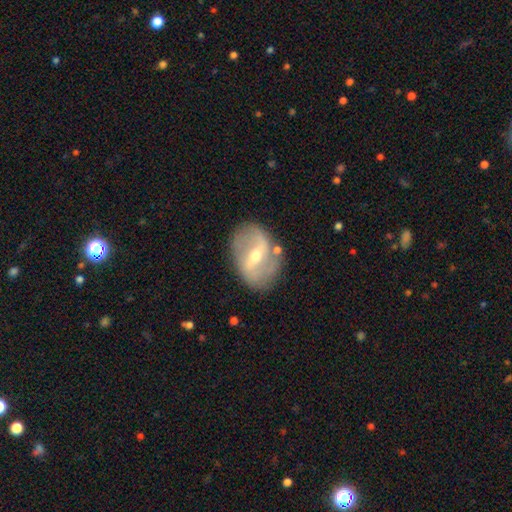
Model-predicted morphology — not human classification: Overall: featured or disk (77%). Edge-on disk: no (94%). Bar: strong (54%; weak 35%). Spiral arms: yes (65%; no 35%). Bulge size: moderate (61%; small 34%). Merging: none (77%).